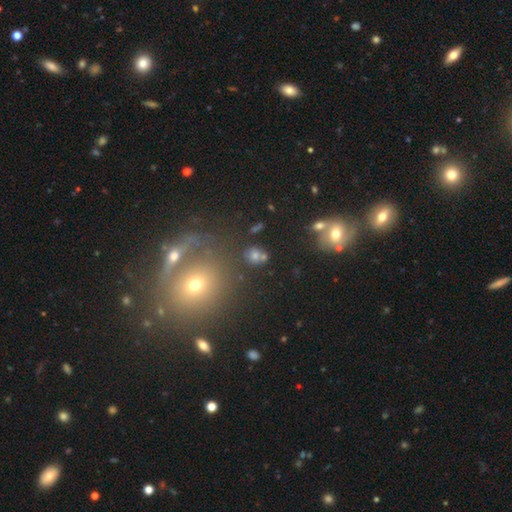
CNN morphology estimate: Smooth or featured?
  - smooth: 66% *
  - star or artifact: 20%
  - featured or disk: 14%
How rounded?
  - round: 64% *
  - in between: 34%
  - cigar-shaped: 2%
Merging?
  - none: 58% *
  - merger: 23%
  - minor disturbance: 13%
  - major disturbance: 7%